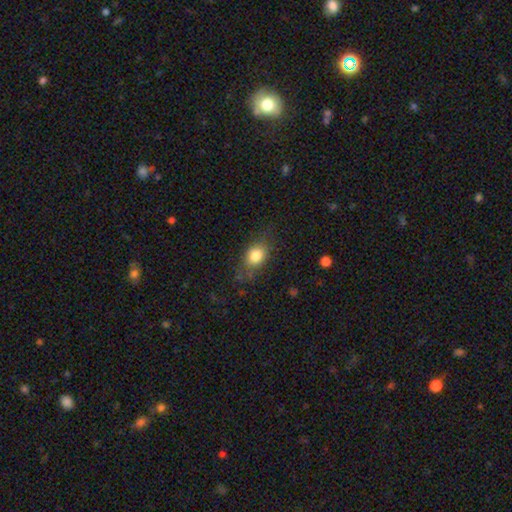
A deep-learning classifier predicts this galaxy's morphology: type=smooth (81%); roundness=in between (65%); merging=none (71%).